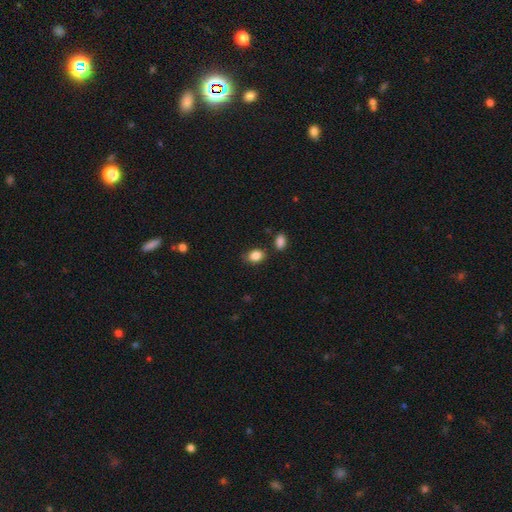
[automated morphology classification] Smooth or featured? smooth (86%)
How rounded? in between (71%)
Merging? none (73%)